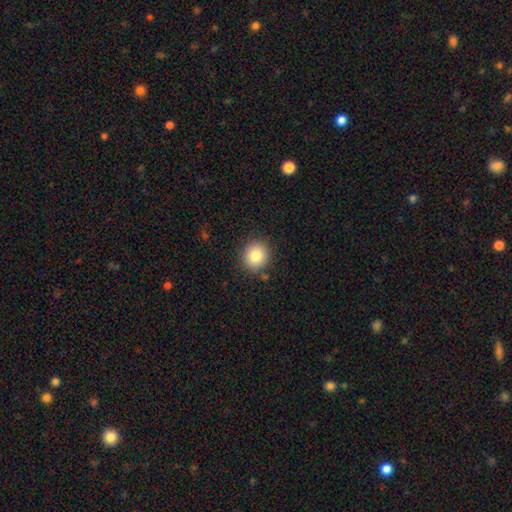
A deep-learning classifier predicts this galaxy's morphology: type=smooth (84%); roundness=round (85%); merging=none (87%).